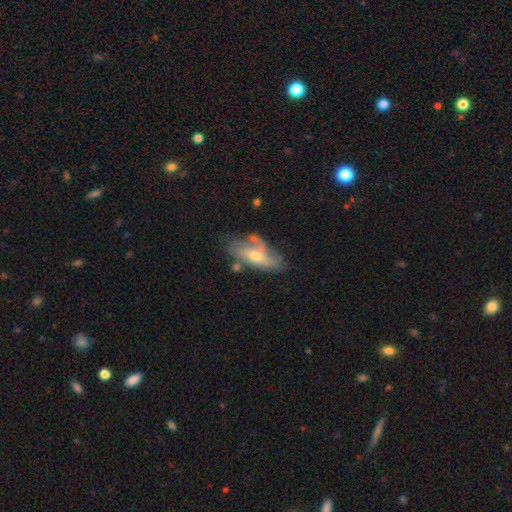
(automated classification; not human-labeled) Overall: featured or disk (54%; smooth 39%). Edge-on disk: no (71%). Merging: none (45%; minor disturbance 27%).